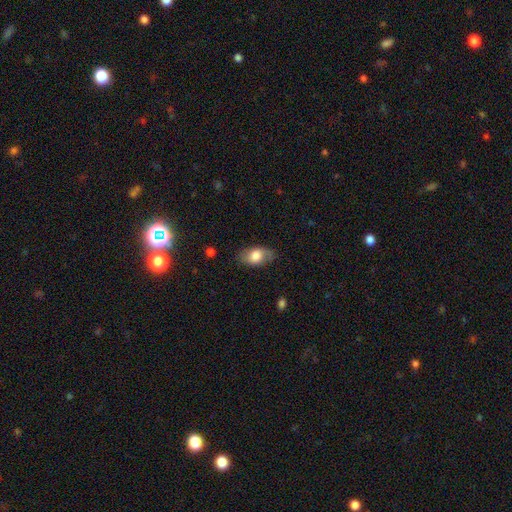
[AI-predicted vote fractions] A smooth galaxy with no disk features (74%) that is in between round and cigar-shaped (90%).

Vote fractions:
- Smooth or featured? smooth: 74% / featured or disk: 19% / star or artifact: 7%
- How rounded? in between: 90% / round: 7% / cigar-shaped: 3%
- Merging? none: 78% / minor disturbance: 17% / major disturbance: 4% / merger: 1%